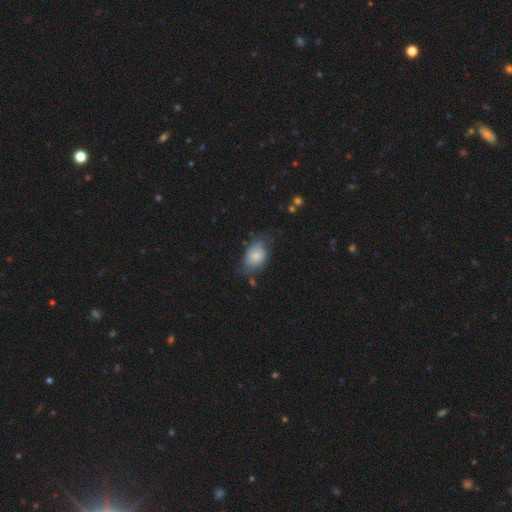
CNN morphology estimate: smooth-or-featured: smooth: 72% | featured or disk: 21% | star or artifact: 7%
  how-rounded: in between: 79% | round: 20% | cigar-shaped: 1%
  merging: none: 51% | minor disturbance: 33% | major disturbance: 14% | merger: 3%